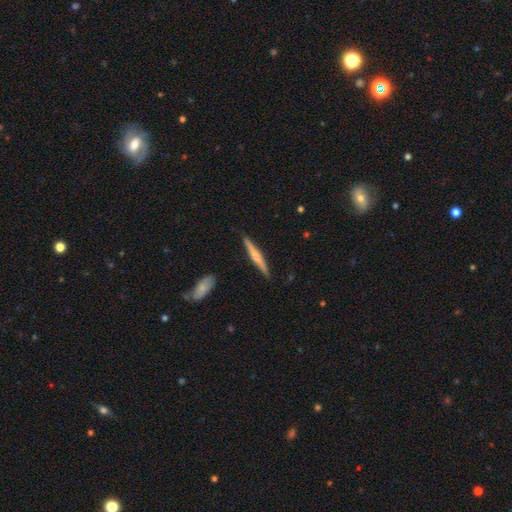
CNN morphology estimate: Smooth or featured? Predicted: featured or disk (p=0.56). Edge-on disk? Predicted: yes (p=0.97). Edge-on bulge? Predicted: rounded (p=0.67). Merging? Predicted: none (p=0.89).